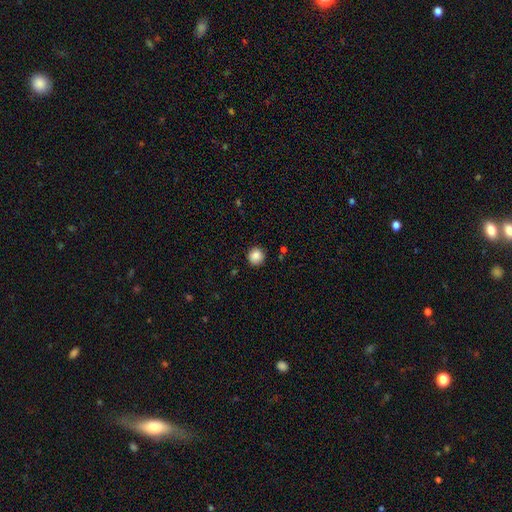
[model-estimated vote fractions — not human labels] smooth 87%, star or artifact 9%, featured or disk 4%. Down the decision tree: how rounded — round (93%); merging — none (90%).